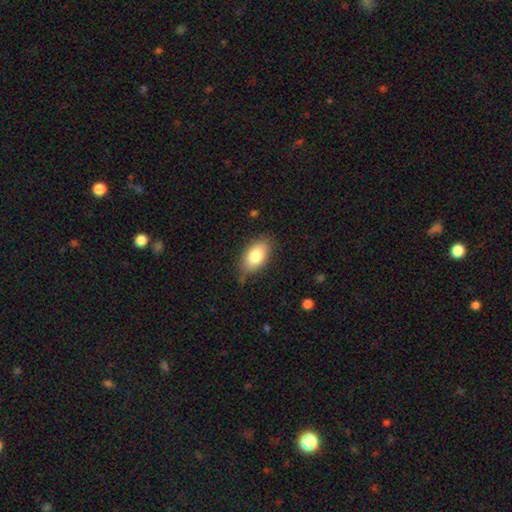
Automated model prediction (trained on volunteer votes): smooth_or_featured: smooth (p=0.80) [alt: featured or disk p=0.13]
how_rounded: in between (p=0.92) [alt: round p=0.06]
merging: none (p=0.79) [alt: minor disturbance p=0.16]